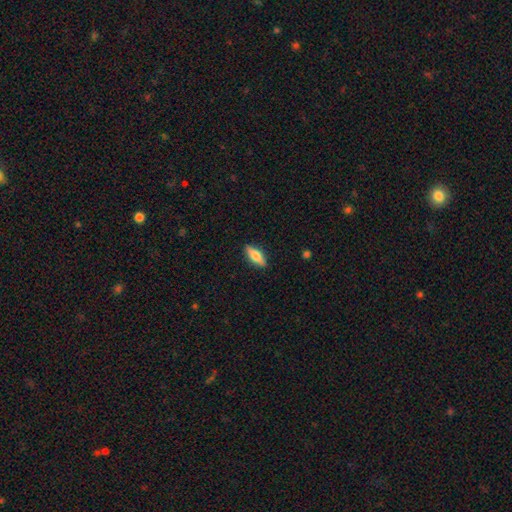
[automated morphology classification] A smooth galaxy with no disk features (62%) that is in between round and cigar-shaped (62%). Merging: none (88%).